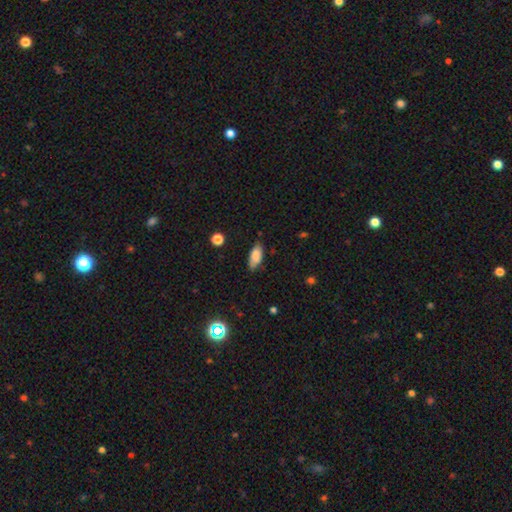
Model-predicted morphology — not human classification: smooth-or-featured: smooth: 83% | featured or disk: 9% | star or artifact: 8%
  how-rounded: in between: 85% | cigar-shaped: 13% | round: 2%
  merging: none: 75% | minor disturbance: 20% | major disturbance: 3% | merger: 2%